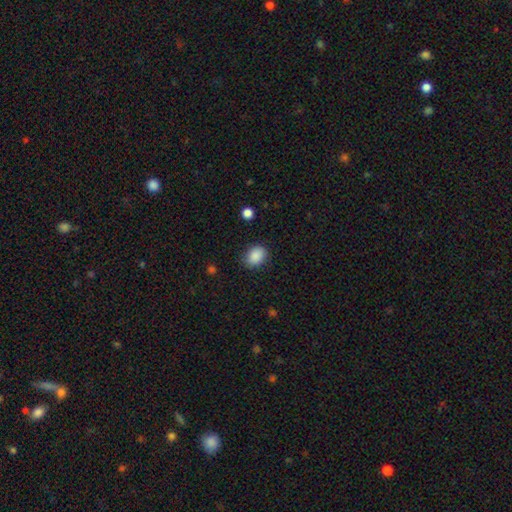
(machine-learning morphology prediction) Overall: smooth (89%). How rounded: in between (61%; round 38%). Merging: none (83%).